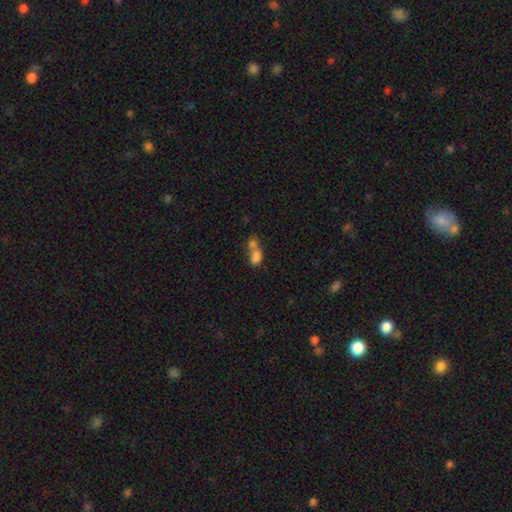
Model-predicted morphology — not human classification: Smooth or featured: smooth — 78% (featured or disk — 11%)
How rounded: in between — 73% (round — 25%)
Merging: merger — 69% (none — 20%)